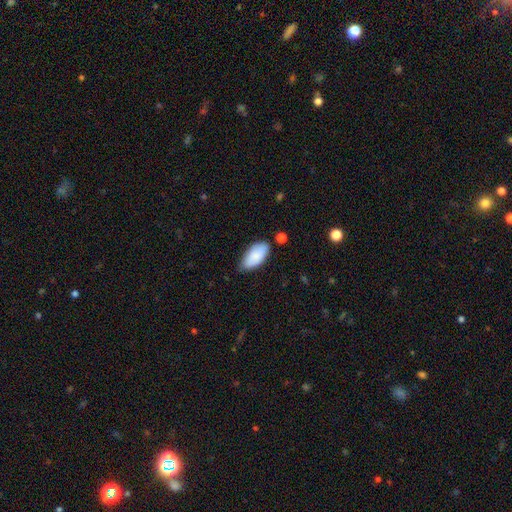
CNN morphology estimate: Smooth or featured: smooth — 87% (featured or disk — 7%)
How rounded: in between — 93% (cigar-shaped — 6%)
Merging: none — 69% (minor disturbance — 25%)